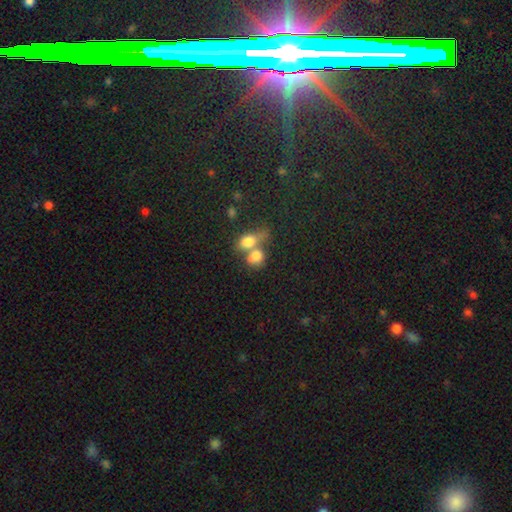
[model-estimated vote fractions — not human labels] smooth_or_featured: smooth (p=0.77) [alt: featured or disk p=0.14]
how_rounded: in between (p=0.59) [alt: round p=0.38]
merging: merger (p=0.65) [alt: none p=0.22]